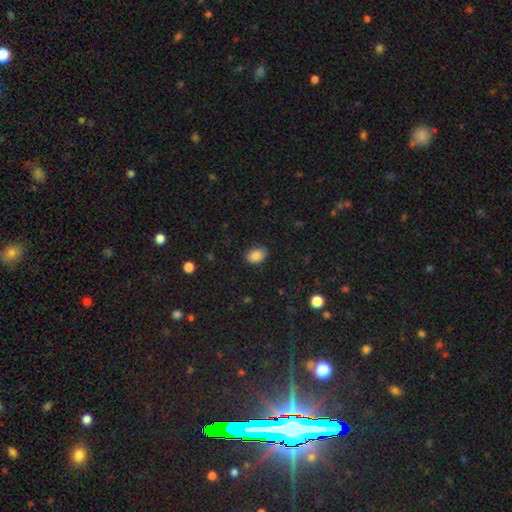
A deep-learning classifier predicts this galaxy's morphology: Smooth or featured: smooth — 86% (star or artifact — 9%)
How rounded: in between — 79% (round — 20%)
Merging: none — 83% (minor disturbance — 13%)